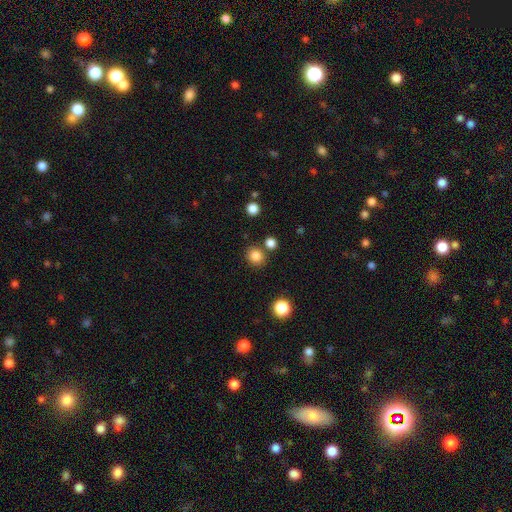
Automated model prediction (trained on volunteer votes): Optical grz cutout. It shows a smooth galaxy with no disk features (84%) that is round (79%). Merging: none (79%).